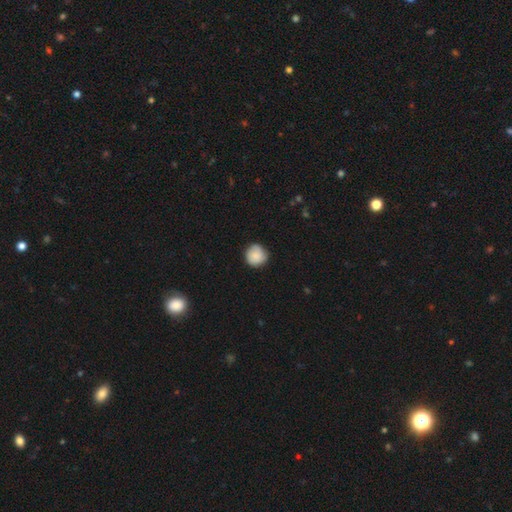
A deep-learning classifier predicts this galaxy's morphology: Smooth or featured: smooth — 83% (featured or disk — 10%)
How rounded: round — 93% (in between — 6%)
Merging: none — 83% (minor disturbance — 14%)